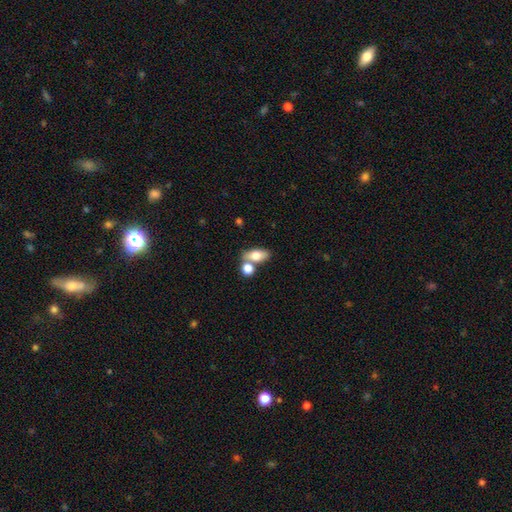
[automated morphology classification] type=smooth (74%); roundness=in between (82%); merging=none (53%).